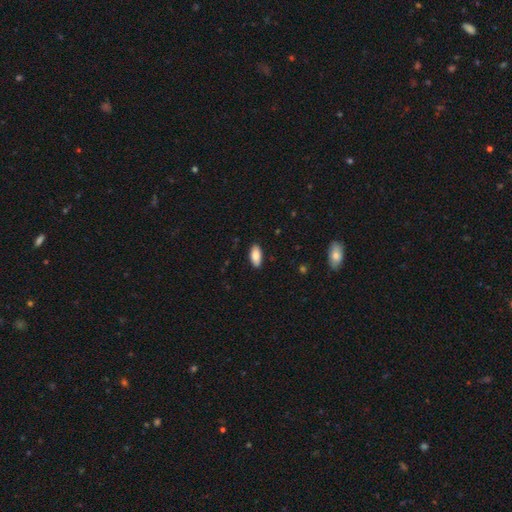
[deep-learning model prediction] A smooth galaxy with no disk features (86%) that is in between round and cigar-shaped (90%).

Vote fractions:
- Smooth or featured? smooth: 86% / featured or disk: 8% / star or artifact: 6%
- How rounded? in between: 90% / cigar-shaped: 8% / round: 2%
- Merging? none: 88% / minor disturbance: 10% / major disturbance: 2% / merger: 1%